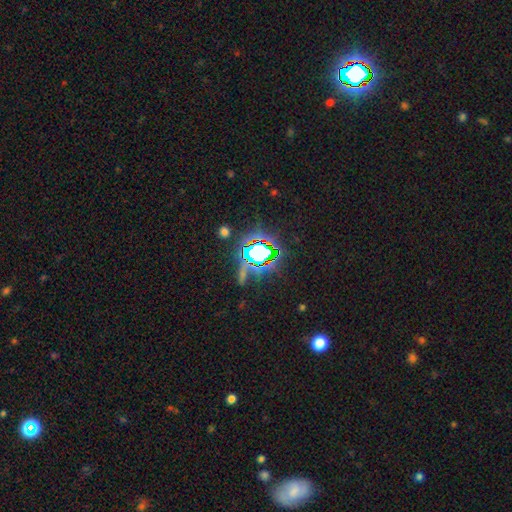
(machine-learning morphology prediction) Q: Smooth or featured?
A: star or artifact (70%); runner-up: smooth (17%)